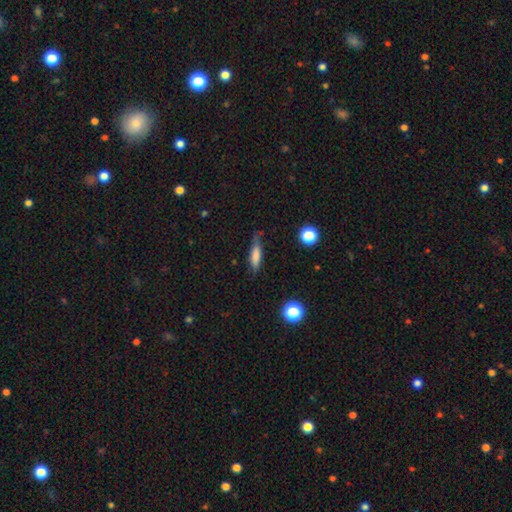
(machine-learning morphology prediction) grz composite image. It shows a smooth galaxy with no disk features (72%) that is cigar-shaped (64%). Merging: none (66%).